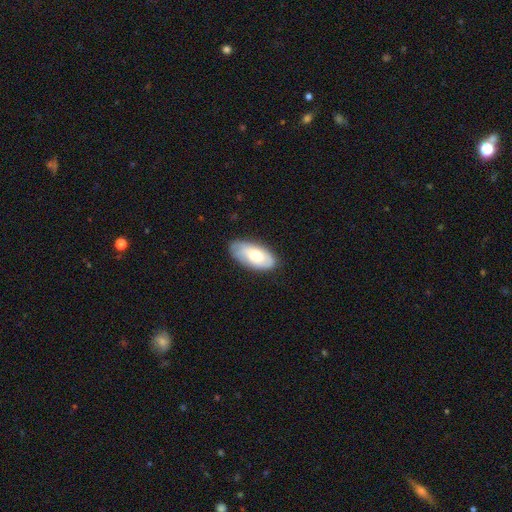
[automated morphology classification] Smooth or featured?
  - smooth: 63% *
  - featured or disk: 31%
  - star or artifact: 6%
How rounded?
  - in between: 92% *
  - cigar-shaped: 6%
  - round: 2%
Merging?
  - none: 76% *
  - minor disturbance: 18%
  - major disturbance: 4%
  - merger: 1%